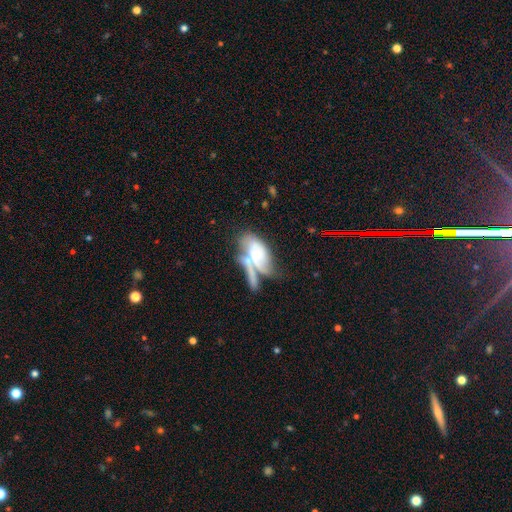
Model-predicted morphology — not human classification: Overall: smooth (47%; featured or disk 43%). Merging: merger (45%; none 24%).